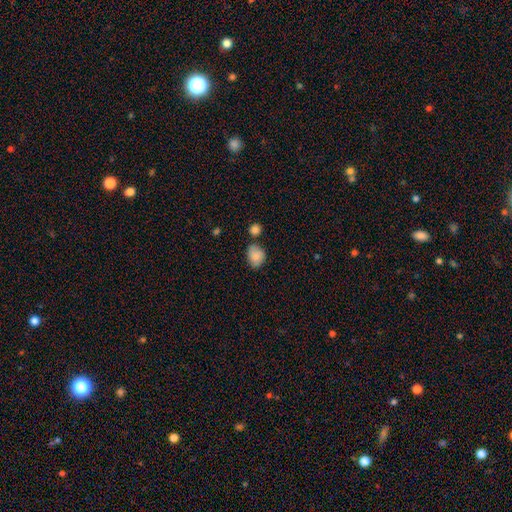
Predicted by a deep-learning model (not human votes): Smooth or featured: smooth — 83% (featured or disk — 9%)
How rounded: in between — 57% (round — 42%)
Merging: none — 58% (minor disturbance — 24%)